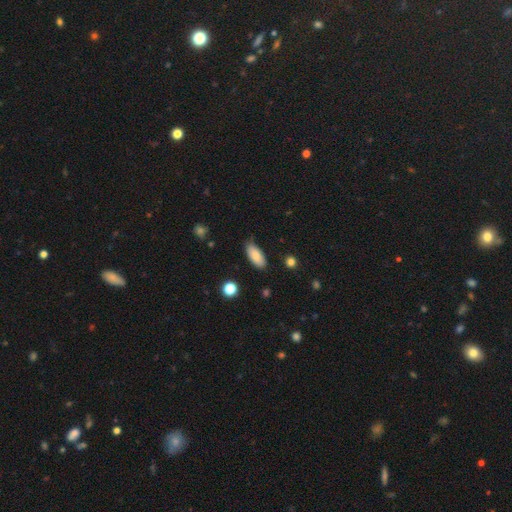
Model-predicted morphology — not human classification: This is clearly a smooth galaxy (84%). How rounded: clearly in between (85%). Merging: clearly none (80%).